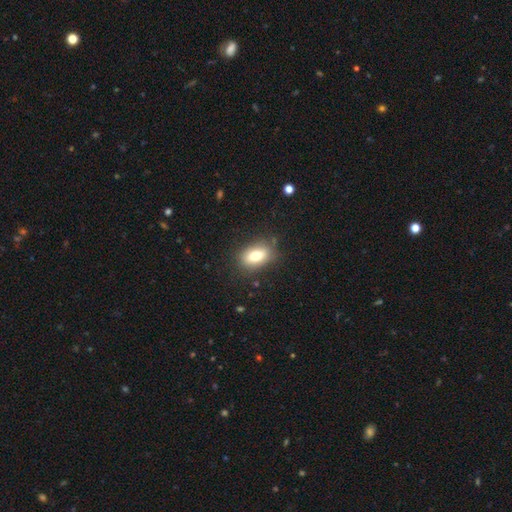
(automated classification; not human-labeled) A smooth galaxy with no disk features (76%) that is in between round and cigar-shaped (85%). Merging: none (81%).